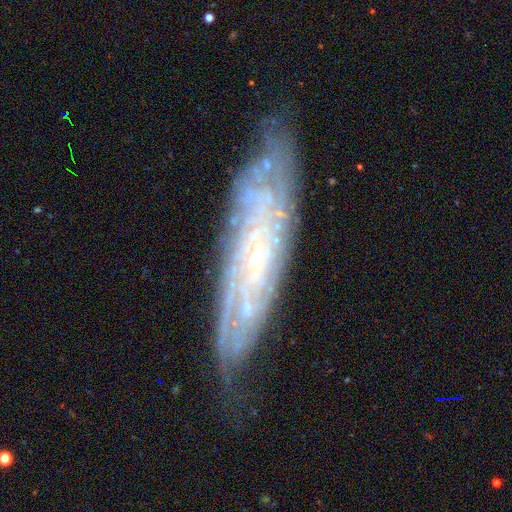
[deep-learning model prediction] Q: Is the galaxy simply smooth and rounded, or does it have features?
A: featured or disk — 78%.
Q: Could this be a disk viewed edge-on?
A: no — 73%.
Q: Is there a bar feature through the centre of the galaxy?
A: no — 68%.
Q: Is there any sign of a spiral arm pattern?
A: yes — 88%.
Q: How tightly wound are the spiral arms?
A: tight — 74%.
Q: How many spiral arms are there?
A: can't tell — 59%.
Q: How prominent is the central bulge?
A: small — 82%.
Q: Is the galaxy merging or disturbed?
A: none — 70%.